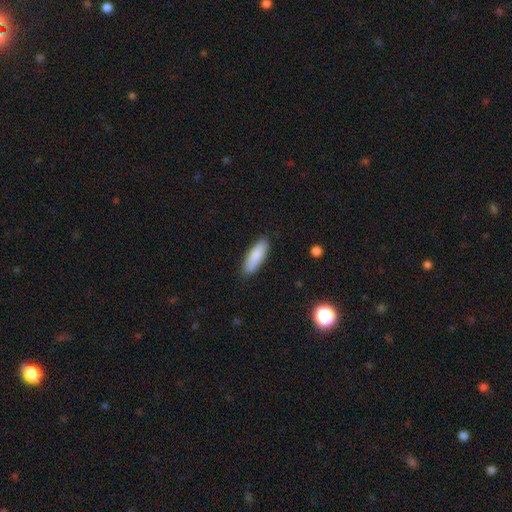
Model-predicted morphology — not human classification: This is clearly a smooth galaxy (84%). How rounded: possibly in between (51%). Merging: clearly none (86%).